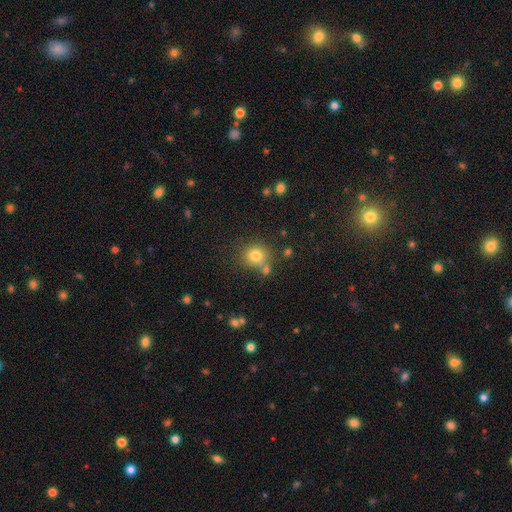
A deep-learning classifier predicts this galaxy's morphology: Smooth or featured: smooth — 77% (star or artifact — 14%)
How rounded: round — 84% (in between — 15%)
Merging: none — 70% (merger — 14%)